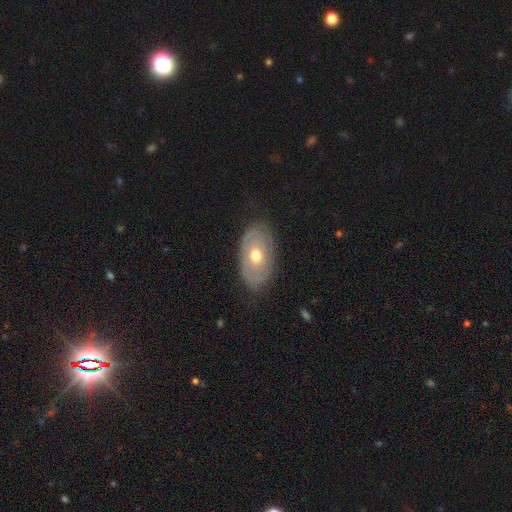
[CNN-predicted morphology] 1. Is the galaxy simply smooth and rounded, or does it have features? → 58% featured or disk, 36% smooth, 6% star or artifact.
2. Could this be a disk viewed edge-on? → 90% no, 10% yes.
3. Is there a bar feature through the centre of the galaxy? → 84% no, 13% weak, 3% strong.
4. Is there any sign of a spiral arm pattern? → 52% no, 48% yes.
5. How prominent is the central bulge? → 76% moderate, 16% small, 6% large, 1% dominant, 1% none.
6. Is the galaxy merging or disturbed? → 78% none, 16% minor disturbance, 5% major disturbance, 1% merger.